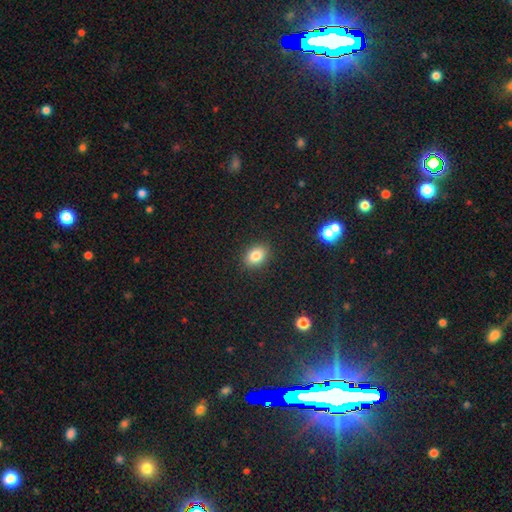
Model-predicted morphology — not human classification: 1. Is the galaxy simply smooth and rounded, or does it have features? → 83% smooth, 10% star or artifact, 7% featured or disk.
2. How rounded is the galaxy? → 67% in between, 32% round, 1% cigar-shaped.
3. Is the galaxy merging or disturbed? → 88% none, 9% minor disturbance, 2% major disturbance, 1% merger.